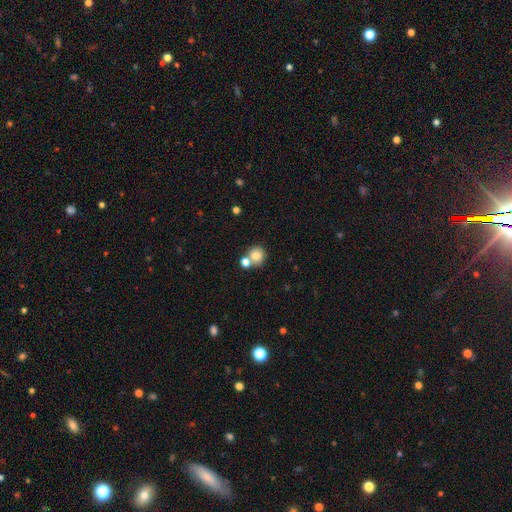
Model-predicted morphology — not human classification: smooth_or_featured: smooth (p=0.79) [alt: featured or disk p=0.11]
how_rounded: round (p=0.84) [alt: in between p=0.15]
merging: none (p=0.50) [alt: merger p=0.38]